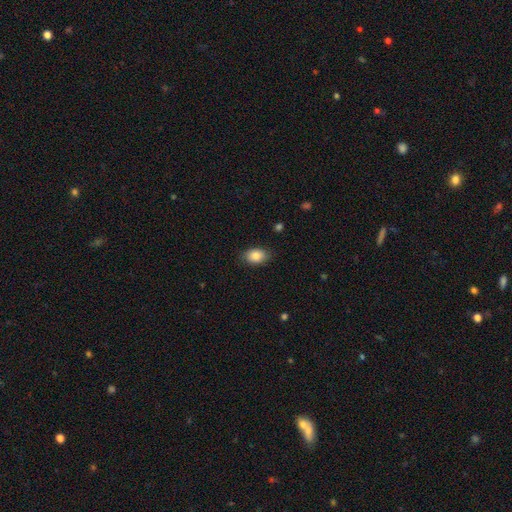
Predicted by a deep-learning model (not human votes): Overall: smooth (86%). How rounded: in between (83%). Merging: none (84%).